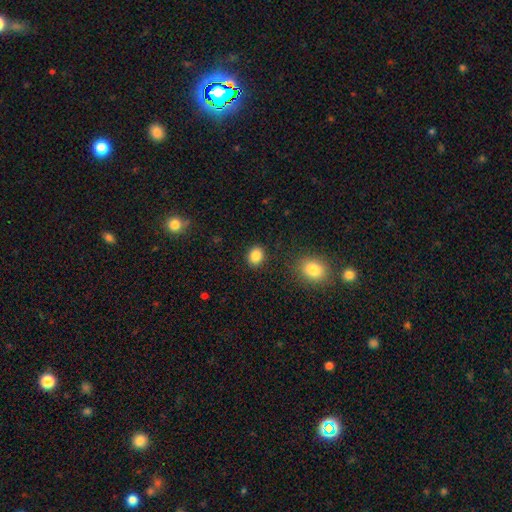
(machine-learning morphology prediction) Smooth or featured? Predicted: smooth (p=0.86). How rounded? Predicted: round (p=0.67). Merging? Predicted: none (p=0.89).